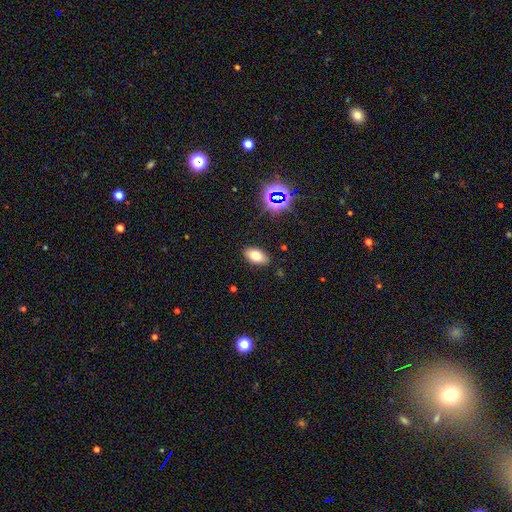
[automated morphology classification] smooth-or-featured: smooth: 73% | star or artifact: 14% | featured or disk: 14%
  how-rounded: in between: 92% | round: 6% | cigar-shaped: 2%
  merging: none: 87% | minor disturbance: 9% | major disturbance: 2% | merger: 1%